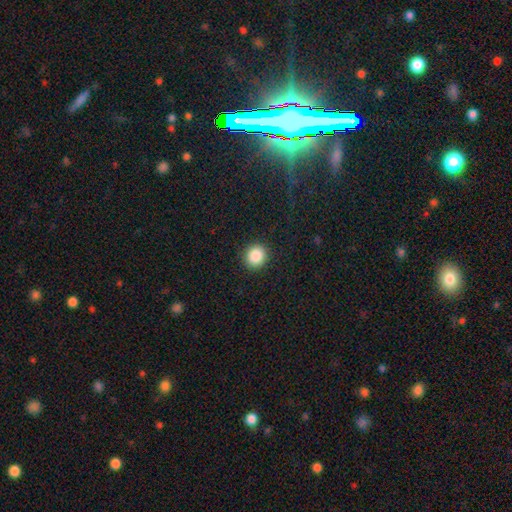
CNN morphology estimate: A smooth galaxy with no disk features (87%) that is round (88%).

Vote fractions:
- Smooth or featured? smooth: 87% / star or artifact: 9% / featured or disk: 4%
- How rounded? round: 88% / in between: 11% / cigar-shaped: 1%
- Merging? none: 91% / minor disturbance: 6% / major disturbance: 2% / merger: 1%